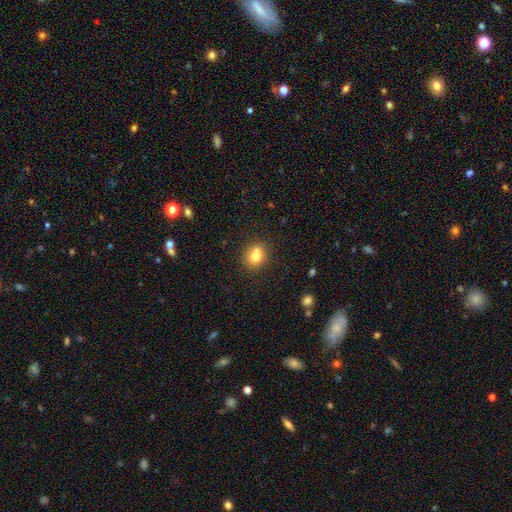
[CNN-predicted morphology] Smooth or featured: smooth — 75% (featured or disk — 14%)
How rounded: round — 73% (in between — 26%)
Merging: none — 61% (merger — 23%)